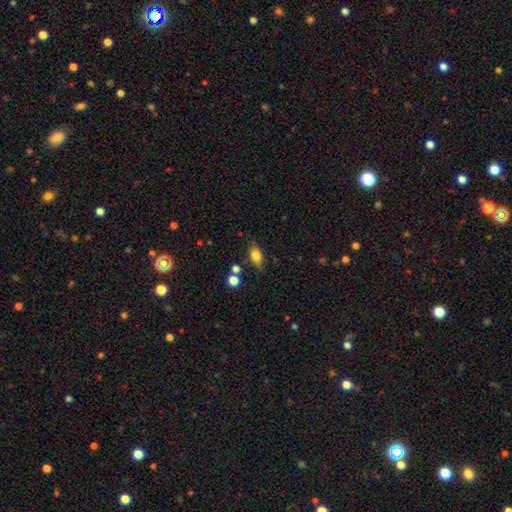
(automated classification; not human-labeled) A smooth galaxy with no disk features (80%) that is in between round and cigar-shaped (82%). Merging: none (75%).